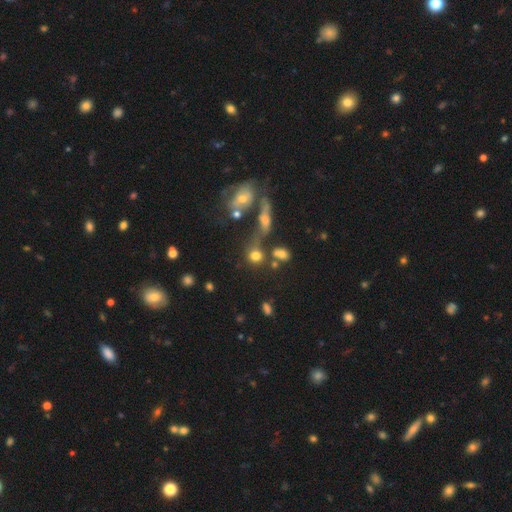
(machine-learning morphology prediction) This appears to be a smooth galaxy with no disk features (71%) that is round (73%). Merging: none (47%).